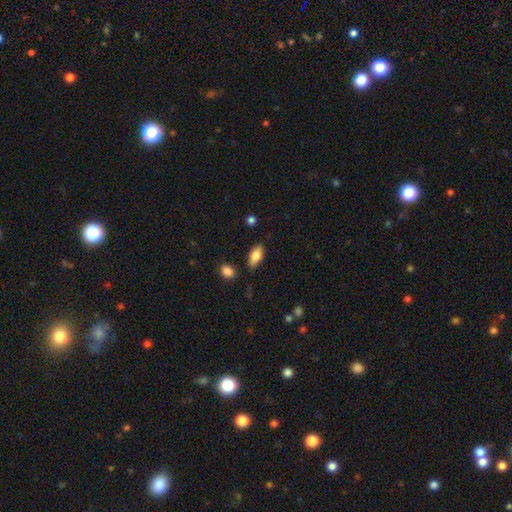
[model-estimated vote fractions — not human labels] This is clearly a smooth galaxy (83%). How rounded: clearly in between (87%). Merging: clearly none (83%).